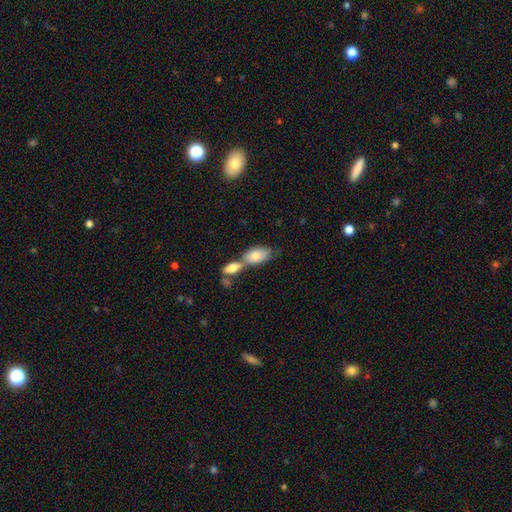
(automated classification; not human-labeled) Q: Smooth or featured?
A: smooth (78%); runner-up: featured or disk (15%)
Q: How rounded?
A: in between (90%); runner-up: round (5%)
Q: Merging?
A: merger (55%); runner-up: none (29%)